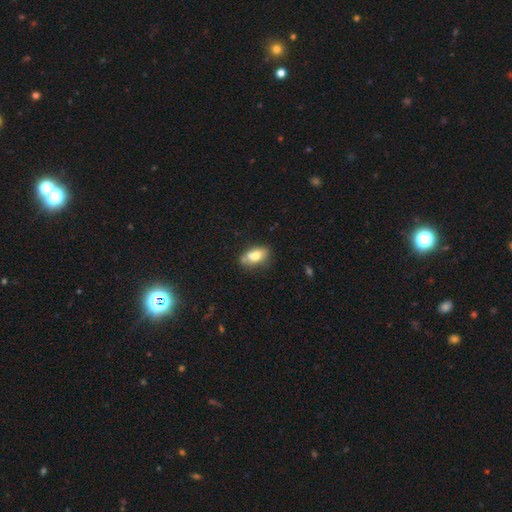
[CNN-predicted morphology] Smooth or featured: smooth — 69% (featured or disk — 23%)
How rounded: in between — 84% (round — 13%)
Merging: none — 49% (merger — 25%)